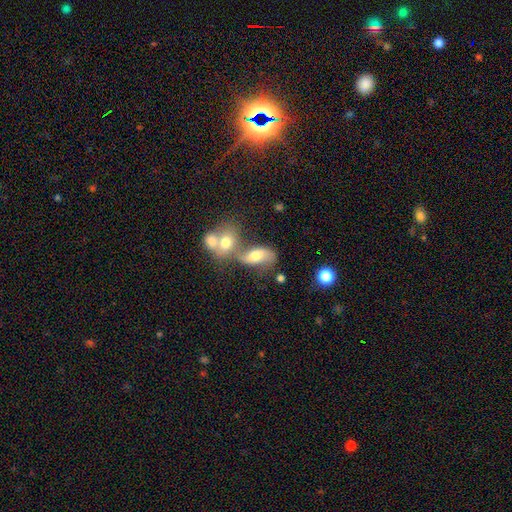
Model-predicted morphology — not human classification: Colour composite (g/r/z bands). It shows a featured or disk galaxy (48%). Merging: merger (53%).